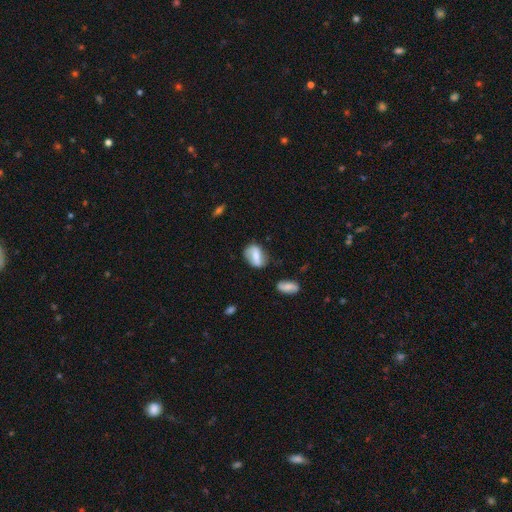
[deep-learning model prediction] Overall: featured or disk (47%; smooth 45%). Merging: none (65%).